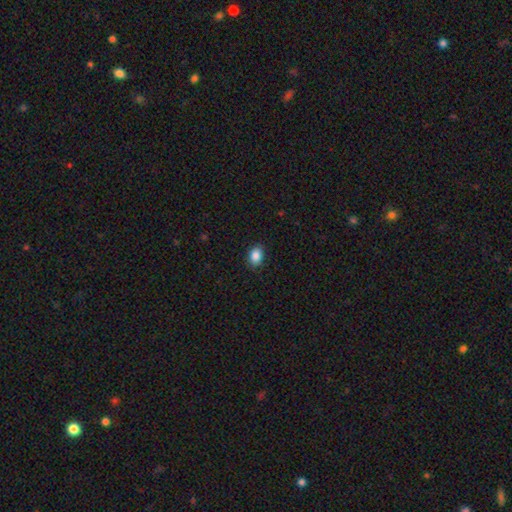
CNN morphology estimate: This is clearly a smooth galaxy (87%). How rounded: likely in between (72%). Merging: clearly none (87%).